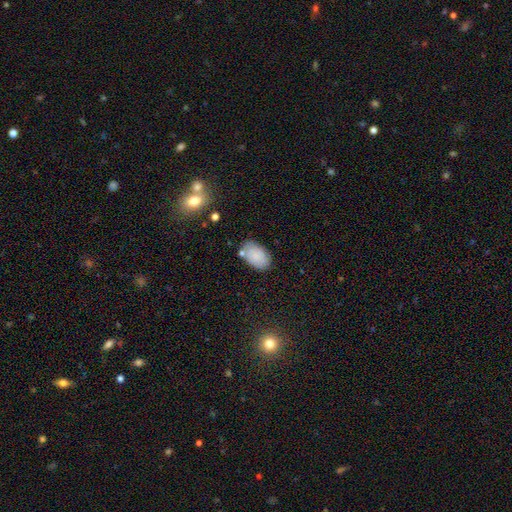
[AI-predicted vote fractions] smooth 81%, featured or disk 11%, star or artifact 8%. Down the decision tree: how rounded — in between (92%); merging — none (71%).